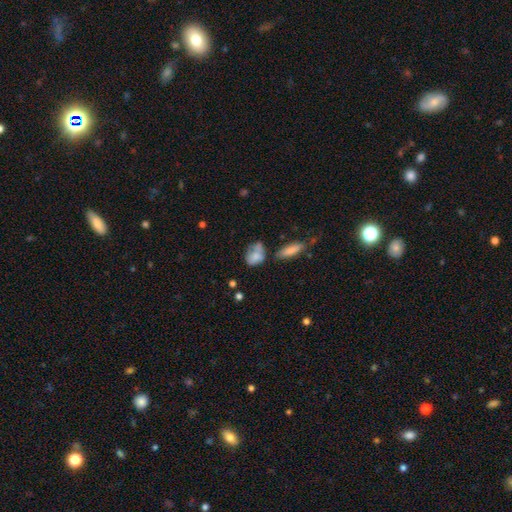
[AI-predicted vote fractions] Smooth or featured? smooth (72%)
How rounded? in between (71%)
Merging? none (36%)